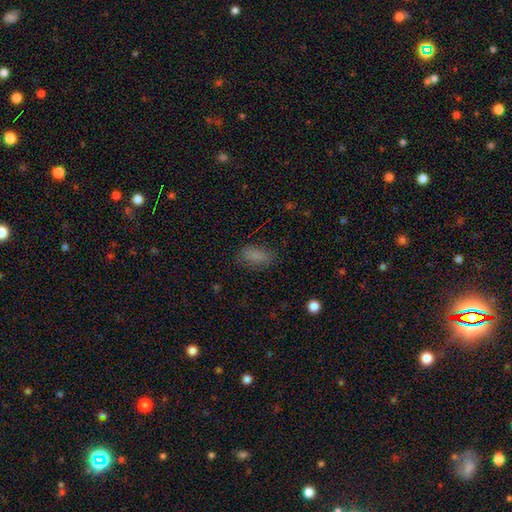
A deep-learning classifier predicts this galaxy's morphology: Overall: smooth (82%). How rounded: in between (88%). Merging: none (76%).